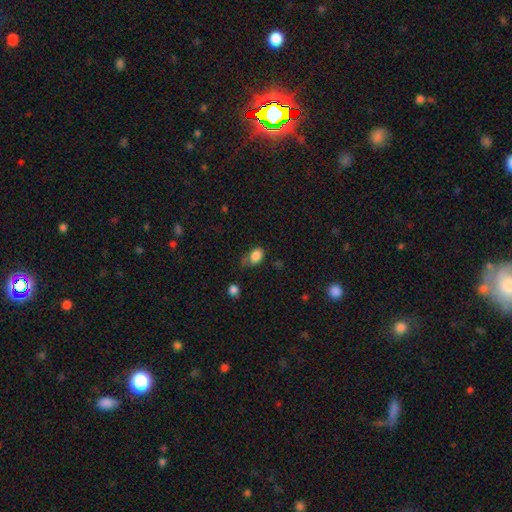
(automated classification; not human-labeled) Smooth or featured? Predicted: smooth (p=0.85). How rounded? Predicted: in between (p=0.77). Merging? Predicted: none (p=0.47).